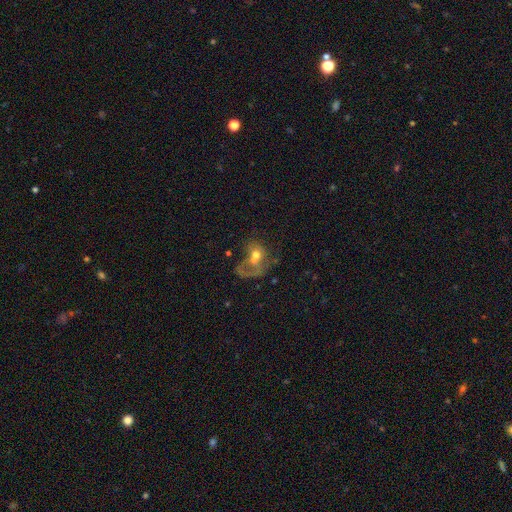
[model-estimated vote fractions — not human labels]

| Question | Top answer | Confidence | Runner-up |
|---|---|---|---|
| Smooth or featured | featured or disk | 46% | smooth (42%) |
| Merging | major disturbance | 55% | none (20%) |